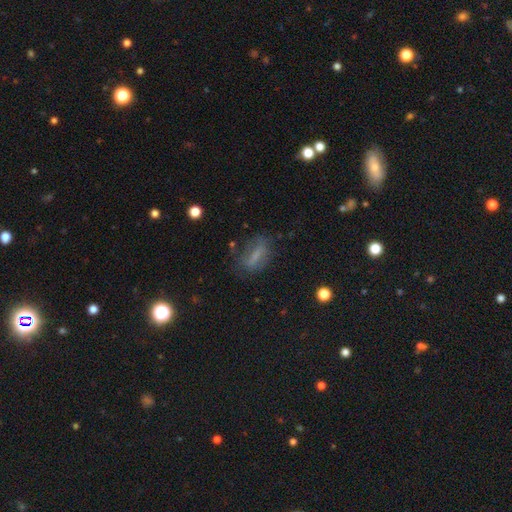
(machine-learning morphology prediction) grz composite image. It shows a smooth galaxy with no disk features (55%) that is in between round and cigar-shaped (56%). Merging: none (63%).